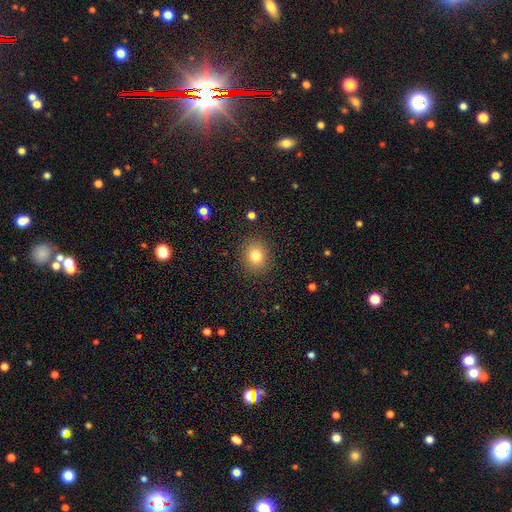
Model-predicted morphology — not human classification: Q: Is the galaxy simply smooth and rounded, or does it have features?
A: smooth — 80%.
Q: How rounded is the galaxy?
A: round — 77%.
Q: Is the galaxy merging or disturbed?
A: none — 89%.